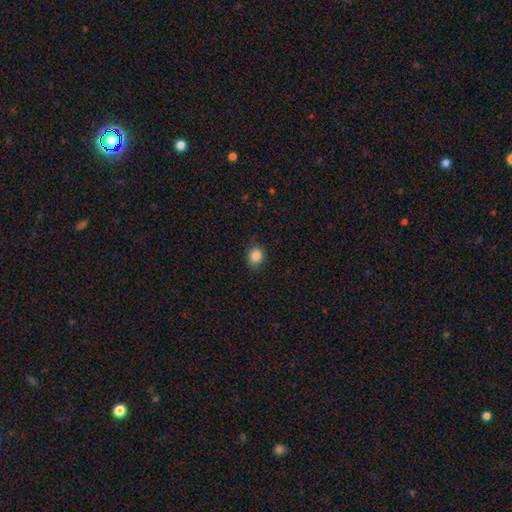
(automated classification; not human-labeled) smooth-or-featured: smooth: 86% | star or artifact: 10% | featured or disk: 4%
  how-rounded: round: 73% | in between: 26% | cigar-shaped: 1%
  merging: none: 83% | minor disturbance: 13% | major disturbance: 3% | merger: 1%